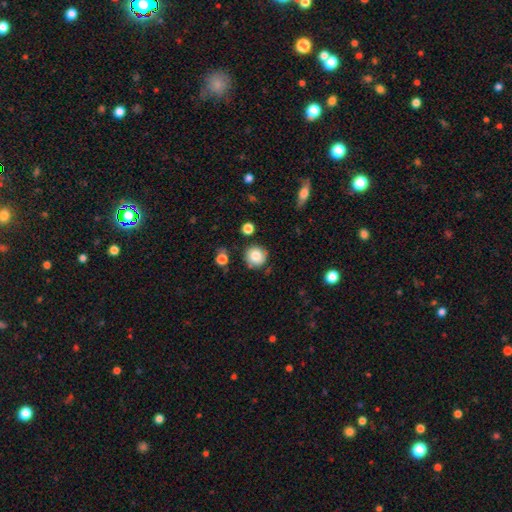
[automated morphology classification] smooth_or_featured: smooth (p=0.79) [alt: featured or disk p=0.11]
how_rounded: round (p=0.92) [alt: in between p=0.07]
merging: none (p=0.79) [alt: minor disturbance p=0.14]